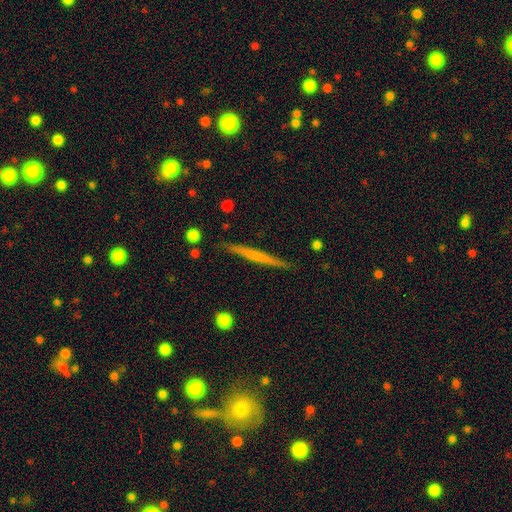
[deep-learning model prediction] Q: Smooth or featured?
A: featured or disk (48%); runner-up: smooth (47%)
Q: Merging?
A: none (89%); runner-up: minor disturbance (8%)